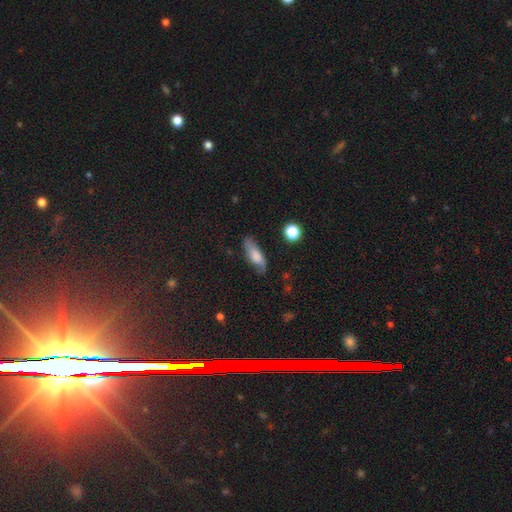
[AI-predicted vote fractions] smooth_or_featured: smooth (p=0.65) [alt: featured or disk p=0.27]
how_rounded: in between (p=0.59) [alt: cigar-shaped p=0.38]
merging: none (p=0.68) [alt: minor disturbance p=0.23]